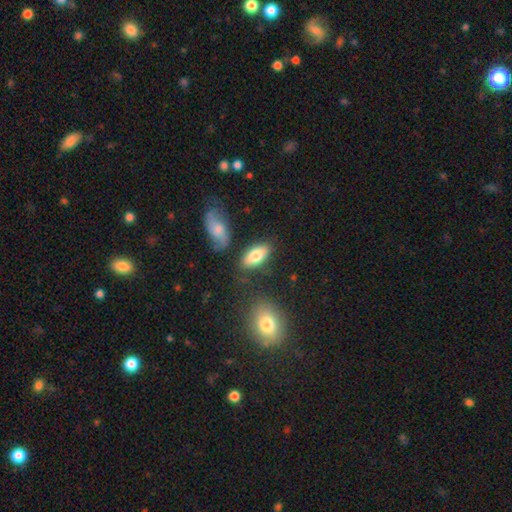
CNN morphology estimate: Overall: smooth (77%). How rounded: in between (90%). Merging: none (78%).